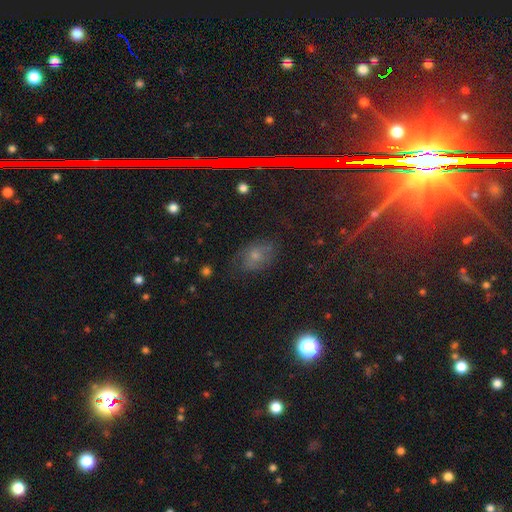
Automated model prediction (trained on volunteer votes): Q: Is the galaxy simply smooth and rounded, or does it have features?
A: smooth — 48%.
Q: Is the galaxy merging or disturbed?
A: none — 64%.